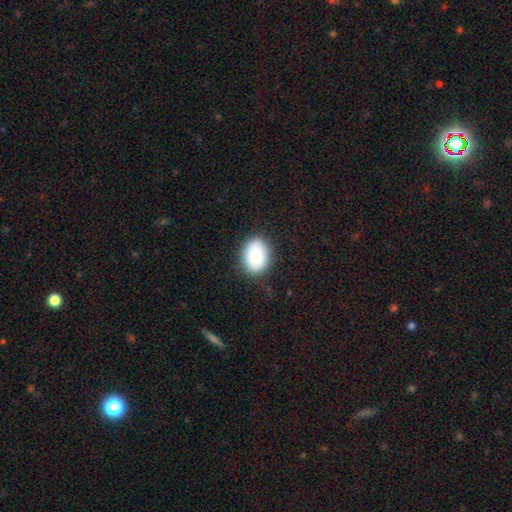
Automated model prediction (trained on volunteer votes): smooth-or-featured: smooth: 89% | star or artifact: 7% | featured or disk: 5%
  how-rounded: in between: 77% | round: 22% | cigar-shaped: 1%
  merging: none: 86% | minor disturbance: 10% | major disturbance: 3% | merger: 1%